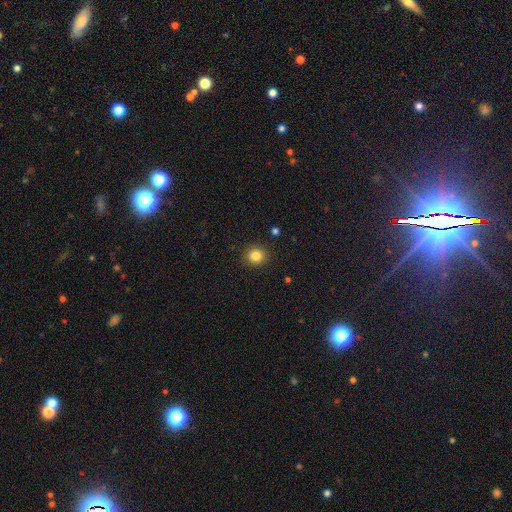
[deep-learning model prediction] This appears to be a smooth galaxy with no disk features (84%) that is round (84%). Merging: none (90%).